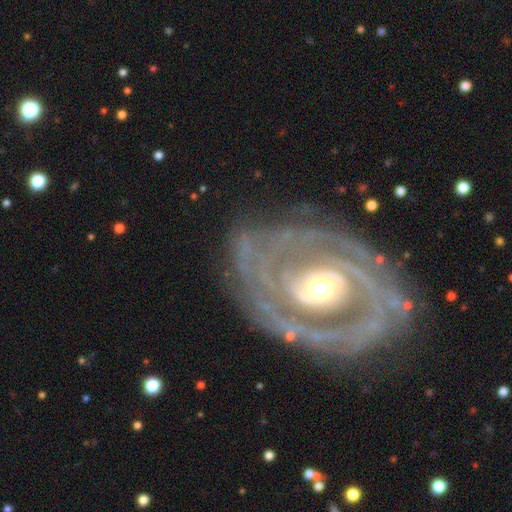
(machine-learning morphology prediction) type=featured or disk (90%); edge-on=no (96%); bar=no (58%); spiral arms=yes (94%); winding=tight (70%); arm count=2 (50%); bulge=moderate (64%); merging=none (77%).